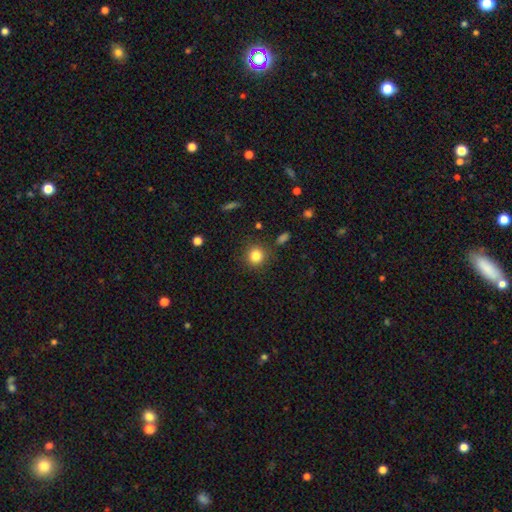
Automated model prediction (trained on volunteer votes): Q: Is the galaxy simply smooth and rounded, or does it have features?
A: smooth — 83%.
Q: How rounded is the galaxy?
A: round — 91%.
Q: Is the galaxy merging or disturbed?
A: none — 87%.